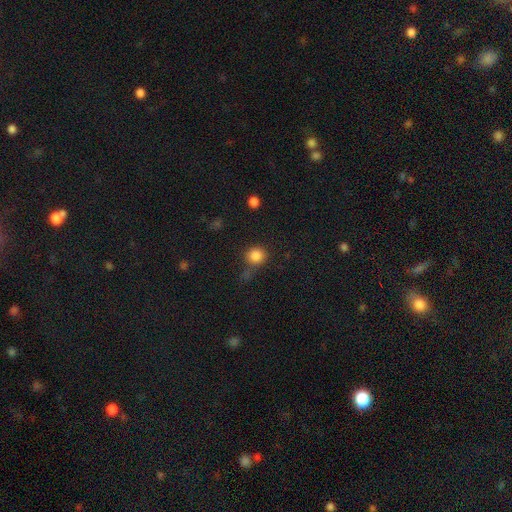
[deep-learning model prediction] smooth_or_featured: smooth (p=0.84) [alt: star or artifact p=0.11]
how_rounded: round (p=0.90) [alt: in between p=0.09]
merging: none (p=0.66) [alt: minor disturbance p=0.16]